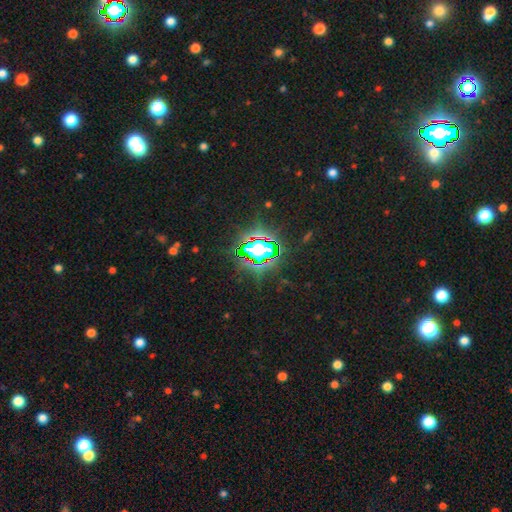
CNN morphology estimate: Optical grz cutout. It shows a star or artifact, not a galaxy (80%).